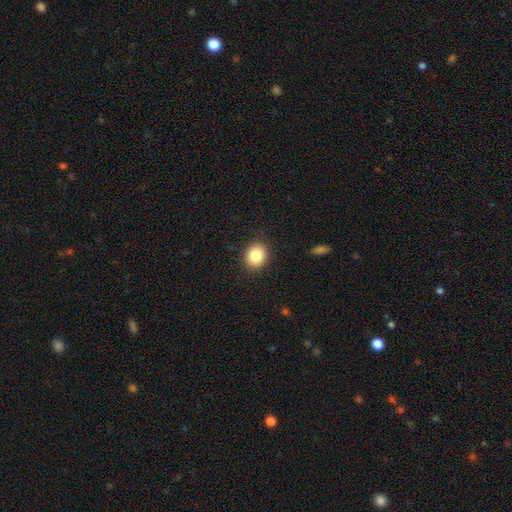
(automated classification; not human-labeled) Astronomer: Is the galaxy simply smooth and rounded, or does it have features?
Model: smooth — 86%.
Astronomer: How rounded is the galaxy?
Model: round — 57% (runner-up: in between, 42%).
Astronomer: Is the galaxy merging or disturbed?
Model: none — 89%.